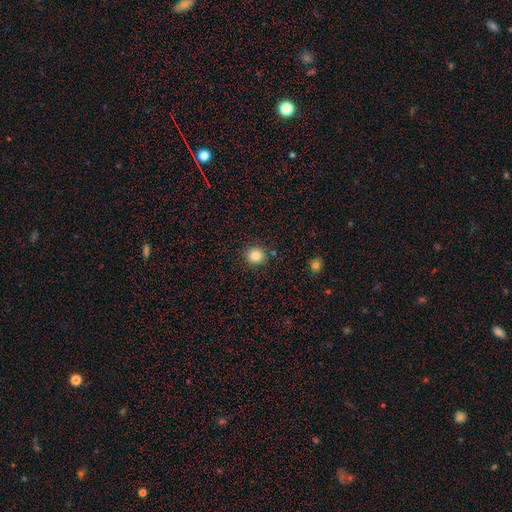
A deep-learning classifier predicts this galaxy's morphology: A smooth galaxy with no disk features (84%) that is round (89%).

Vote fractions:
- Smooth or featured? smooth: 84% / star or artifact: 10% / featured or disk: 6%
- How rounded? round: 89% / in between: 10% / cigar-shaped: 1%
- Merging? none: 87% / minor disturbance: 8% / merger: 3% / major disturbance: 2%